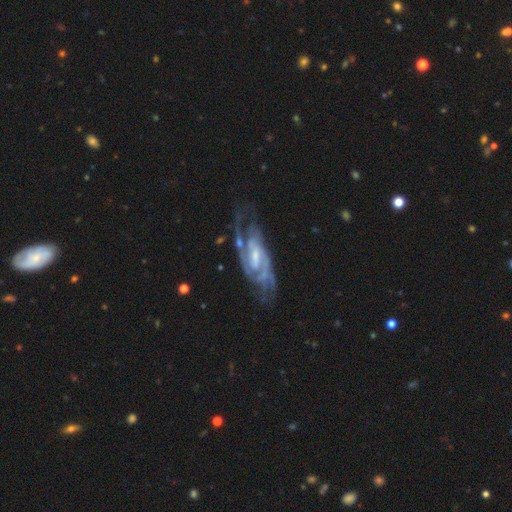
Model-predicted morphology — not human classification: type=featured or disk (83%); edge-on=no (90%); bar=weak (48%); spiral arms=yes (93%); winding=medium (44%); arm count=2 (50%); bulge=small (52%); merging=none (68%).